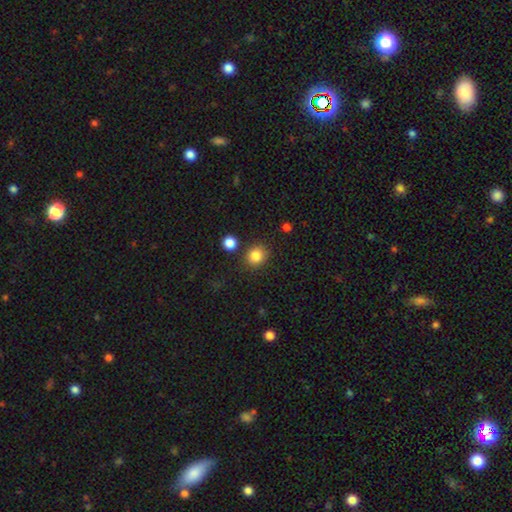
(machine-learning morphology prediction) smooth-or-featured: smooth: 85% | star or artifact: 10% | featured or disk: 5%
  how-rounded: round: 83% | in between: 16% | cigar-shaped: 1%
  merging: none: 83% | minor disturbance: 9% | merger: 5% | major disturbance: 3%